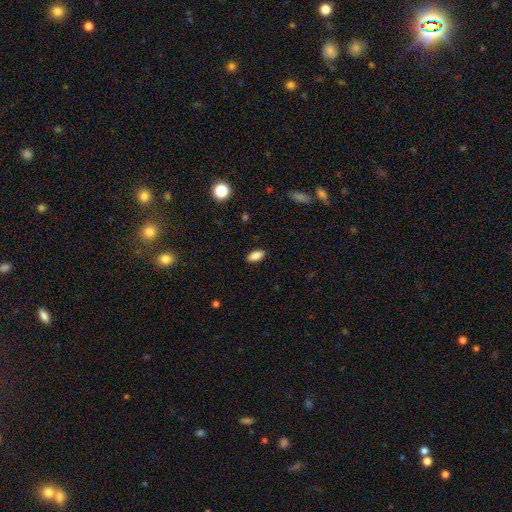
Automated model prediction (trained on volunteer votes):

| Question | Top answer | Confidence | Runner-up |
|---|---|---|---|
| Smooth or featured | smooth | 88% | star or artifact (8%) |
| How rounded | in between | 87% | cigar-shaped (11%) |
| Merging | none | 89% | minor disturbance (8%) |